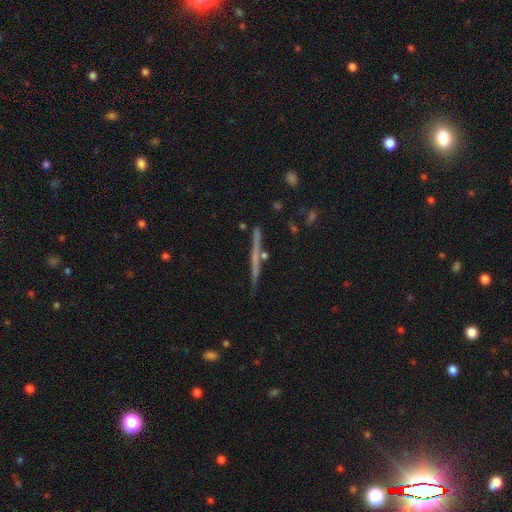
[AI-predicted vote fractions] Smooth or featured: featured or disk — 58% (smooth — 32%)
Edge-on disk: yes — 96% (no — 4%)
Edge-on bulge: none — 77% (rounded — 17%)
Merging: none — 86% (minor disturbance — 9%)